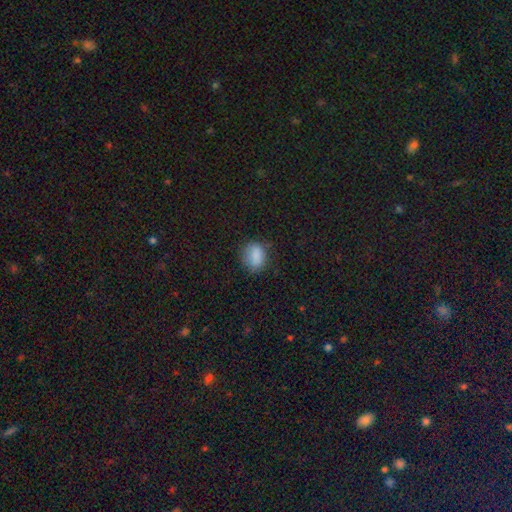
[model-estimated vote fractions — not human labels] The model was most divided on "how rounded": in between: 62%, round: 36%, cigar-shaped: 2%. More confident: smooth or featured — smooth (84%); merging — none (70%).